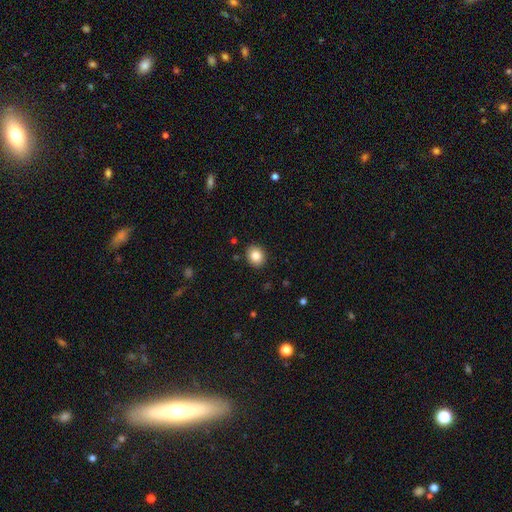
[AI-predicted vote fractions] A smooth galaxy with no disk features (85%) that is round (60%). Merging: none (90%).